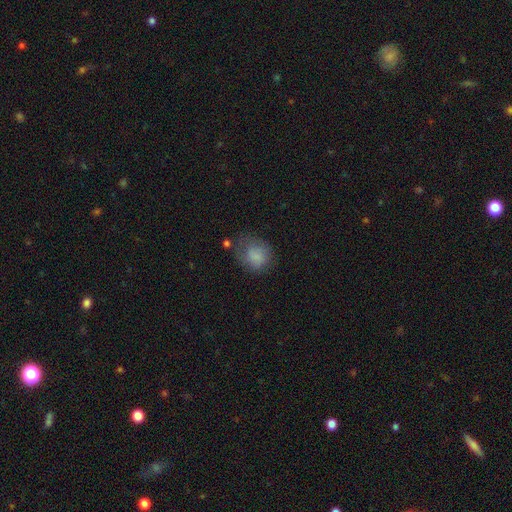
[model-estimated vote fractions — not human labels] smooth-or-featured: smooth: 80% | featured or disk: 12% | star or artifact: 9%
  how-rounded: round: 66% | in between: 33% | cigar-shaped: 1%
  merging: none: 49% | minor disturbance: 28% | major disturbance: 19% | merger: 3%